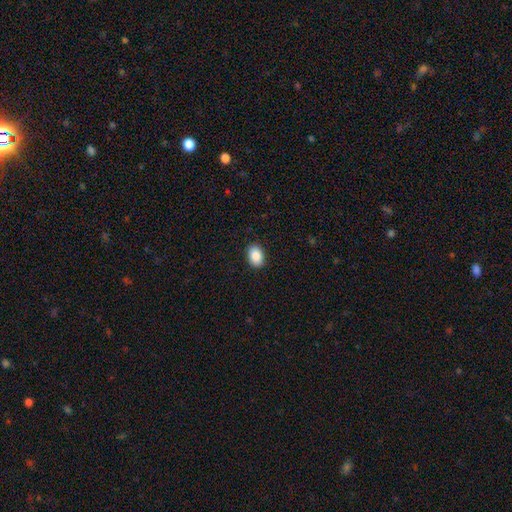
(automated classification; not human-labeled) The model was most divided on "how rounded": in between: 82%, round: 17%, cigar-shaped: 1%. More confident: merging — none (90%); smooth or featured — smooth (88%).